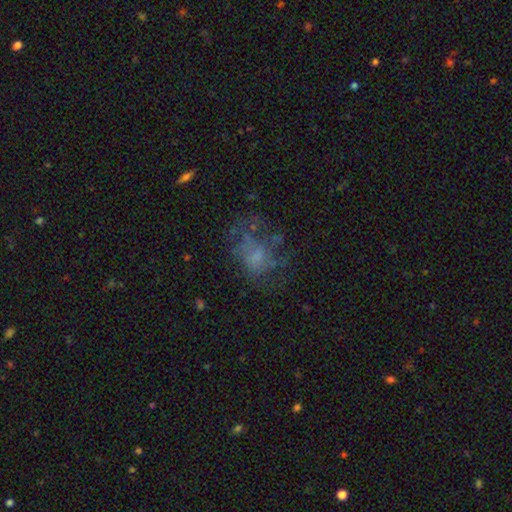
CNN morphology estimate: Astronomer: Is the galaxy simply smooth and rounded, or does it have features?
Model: featured or disk — 43% (runner-up: smooth, 39%).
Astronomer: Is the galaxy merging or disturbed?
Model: none — 44% (runner-up: major disturbance, 33%).